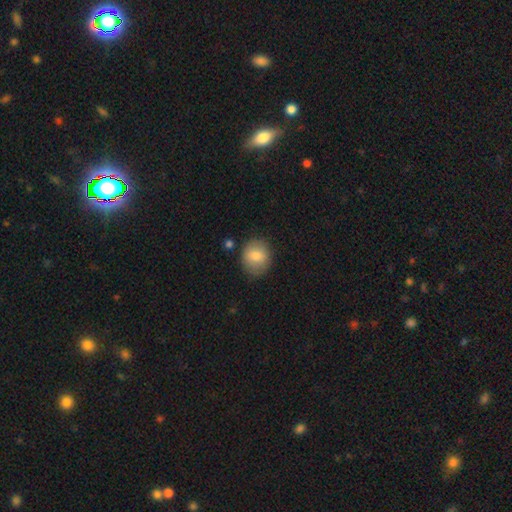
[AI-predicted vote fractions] A smooth galaxy with no disk features (78%) that is round (72%).

Vote fractions:
- Smooth or featured? smooth: 78% / featured or disk: 13% / star or artifact: 8%
- How rounded? round: 72% / in between: 27% / cigar-shaped: 1%
- Merging? none: 82% / minor disturbance: 12% / major disturbance: 3% / merger: 3%